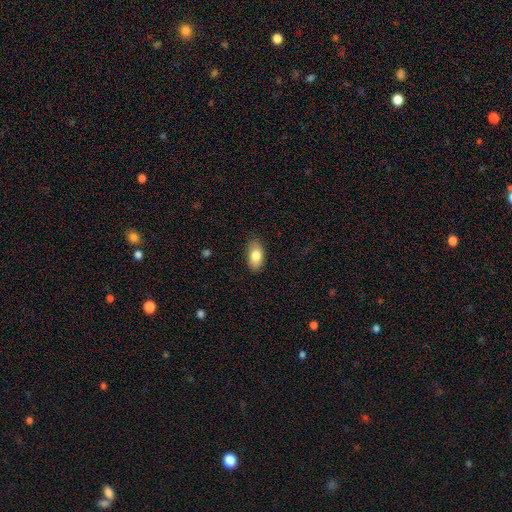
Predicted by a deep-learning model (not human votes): smooth_or_featured: smooth (p=0.82) [alt: featured or disk p=0.11]
how_rounded: in between (p=0.92) [alt: round p=0.05]
merging: none (p=0.85) [alt: minor disturbance p=0.12]